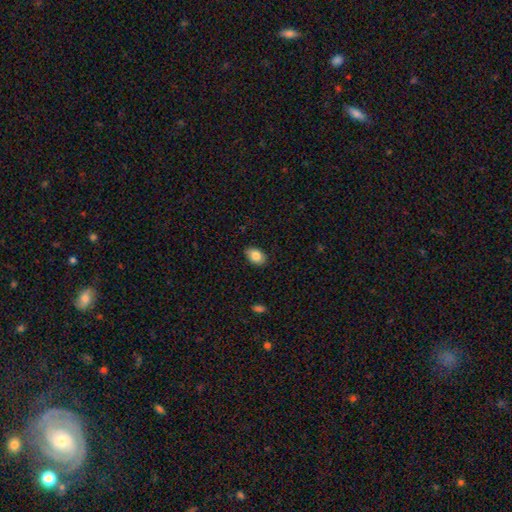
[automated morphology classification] smooth 85%, featured or disk 8%, star or artifact 7%. Down the decision tree: how rounded — in between (84%); merging — none (86%).